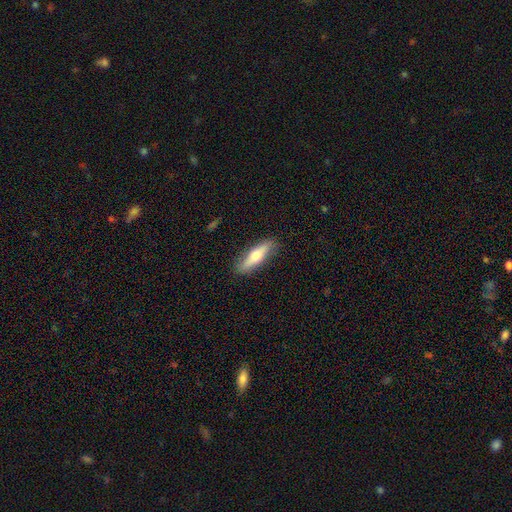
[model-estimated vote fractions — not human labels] Smooth or featured?
  - smooth: 56% *
  - featured or disk: 38%
  - star or artifact: 6%
How rounded?
  - cigar-shaped: 68% *
  - in between: 30%
  - round: 2%
Merging?
  - none: 86% *
  - minor disturbance: 10%
  - major disturbance: 2%
  - merger: 1%